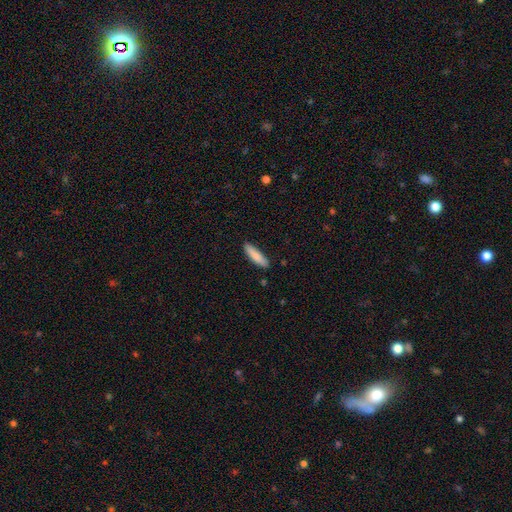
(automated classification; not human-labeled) This is clearly a smooth galaxy (83%). How rounded: likely cigar-shaped (72%). Merging: clearly none (86%).